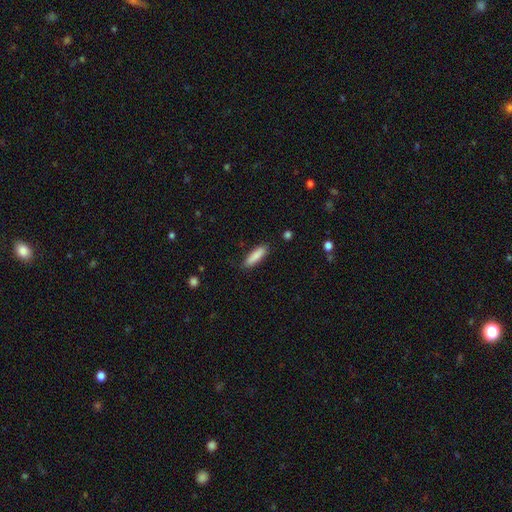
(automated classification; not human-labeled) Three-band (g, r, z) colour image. It shows a smooth galaxy with no disk features (87%) that is cigar-shaped (64%). Merging: none (86%).